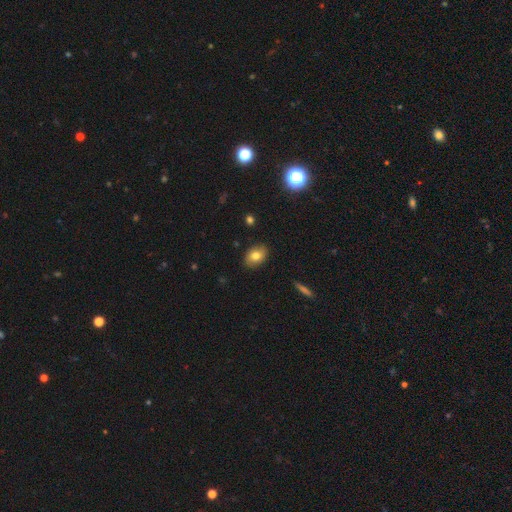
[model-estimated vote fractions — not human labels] smooth-or-featured: smooth: 78% | featured or disk: 13% | star or artifact: 9%
  how-rounded: in between: 77% | round: 21% | cigar-shaped: 1%
  merging: none: 87% | minor disturbance: 9% | major disturbance: 2% | merger: 1%